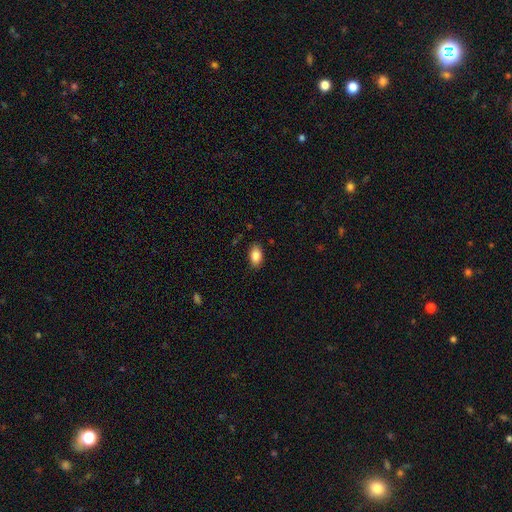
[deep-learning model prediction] Smooth or featured: smooth — 86% (star or artifact — 8%)
How rounded: in between — 90% (round — 7%)
Merging: none — 87% (minor disturbance — 10%)